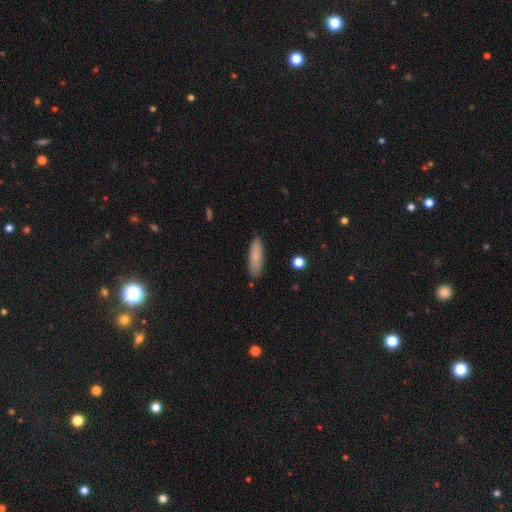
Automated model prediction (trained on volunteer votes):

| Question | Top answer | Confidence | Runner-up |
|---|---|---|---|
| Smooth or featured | smooth | 79% | featured or disk (14%) |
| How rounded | cigar-shaped | 56% | in between (42%) |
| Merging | none | 85% | minor disturbance (11%) |